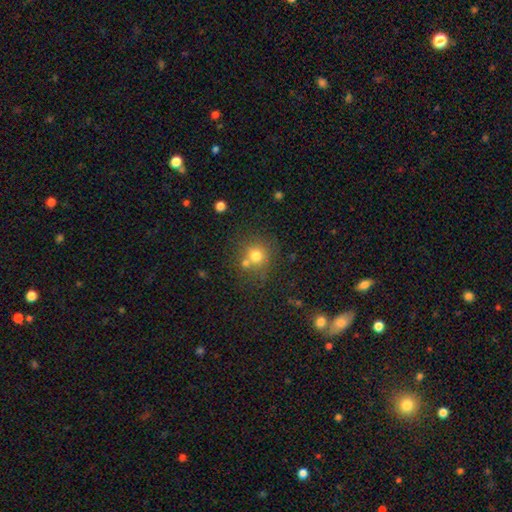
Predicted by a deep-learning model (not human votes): Q: Smooth or featured?
A: smooth (74%); runner-up: star or artifact (15%)
Q: How rounded?
A: round (89%); runner-up: in between (10%)
Q: Merging?
A: none (62%); runner-up: merger (23%)